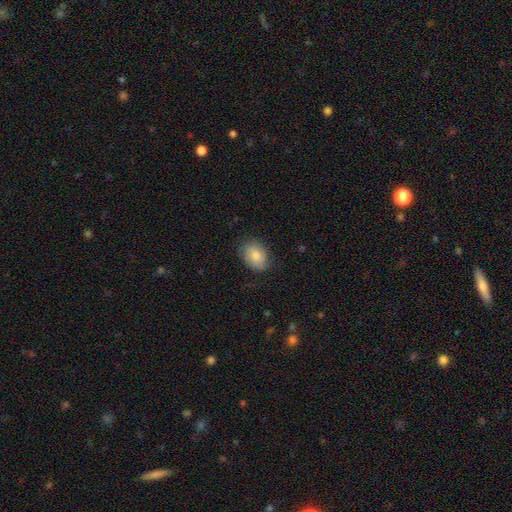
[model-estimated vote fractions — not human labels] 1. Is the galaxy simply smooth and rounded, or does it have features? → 83% smooth, 10% featured or disk, 7% star or artifact.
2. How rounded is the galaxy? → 67% in between, 32% round, 1% cigar-shaped.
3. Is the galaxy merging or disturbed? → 78% none, 17% minor disturbance, 4% major disturbance, 1% merger.